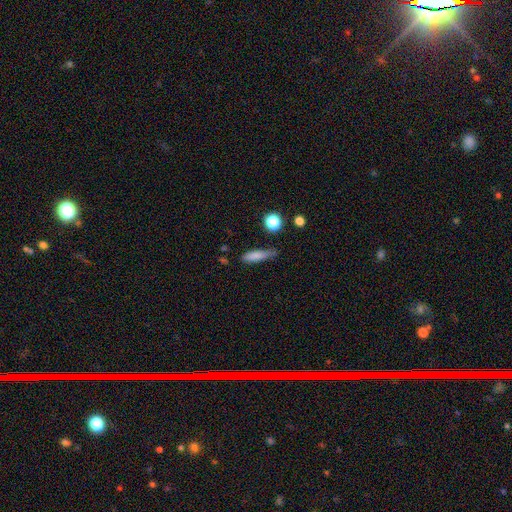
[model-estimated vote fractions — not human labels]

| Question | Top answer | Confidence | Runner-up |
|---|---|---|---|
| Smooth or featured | smooth | 79% | featured or disk (12%) |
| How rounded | cigar-shaped | 71% | in between (26%) |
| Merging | none | 60% | minor disturbance (30%) |